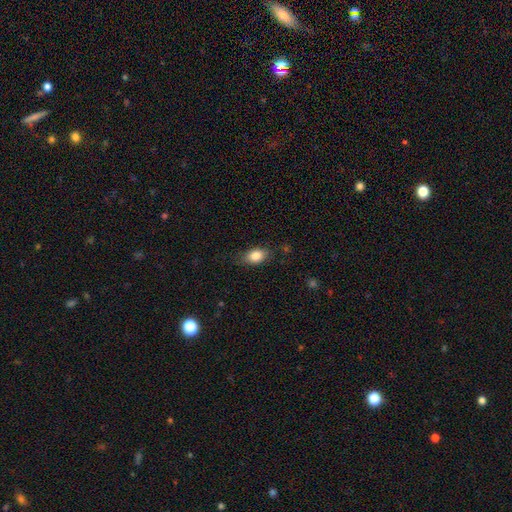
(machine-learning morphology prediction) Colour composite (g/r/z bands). It shows a smooth galaxy with no disk features (84%) that is in between round and cigar-shaped (83%). Merging: none (75%).